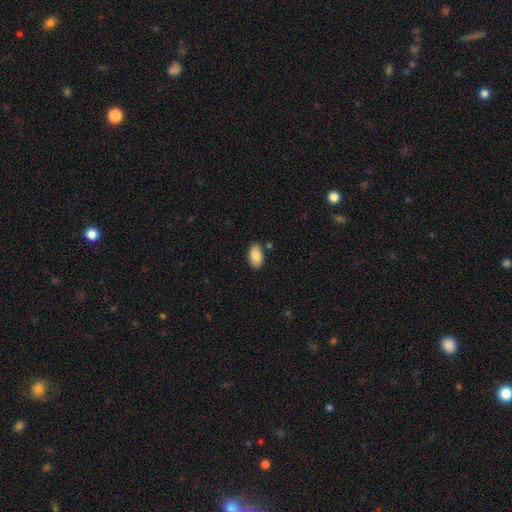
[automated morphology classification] Q: Smooth or featured?
A: smooth (88%); runner-up: star or artifact (7%)
Q: How rounded?
A: in between (94%); runner-up: round (4%)
Q: Merging?
A: none (84%); runner-up: minor disturbance (10%)